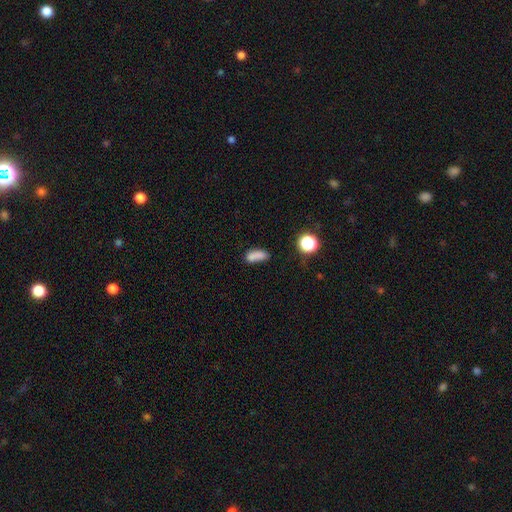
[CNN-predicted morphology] Overall: smooth (78%). How rounded: in between (70%). Merging: none (52%; minor disturbance 23%).